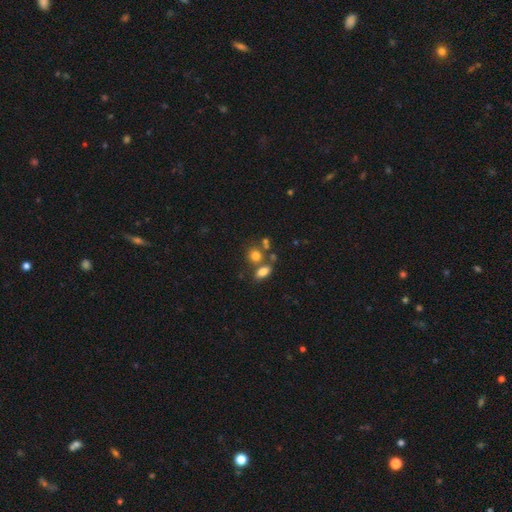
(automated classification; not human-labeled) A smooth galaxy with no disk features (77%) that is round (64%). Merging: none (54%).